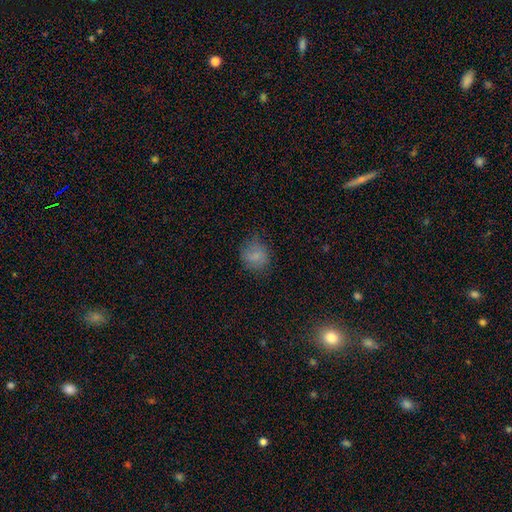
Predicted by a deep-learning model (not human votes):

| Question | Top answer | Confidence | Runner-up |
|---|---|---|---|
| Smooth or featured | smooth | 78% | featured or disk (11%) |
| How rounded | round | 76% | in between (23%) |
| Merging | none | 71% | minor disturbance (20%) |